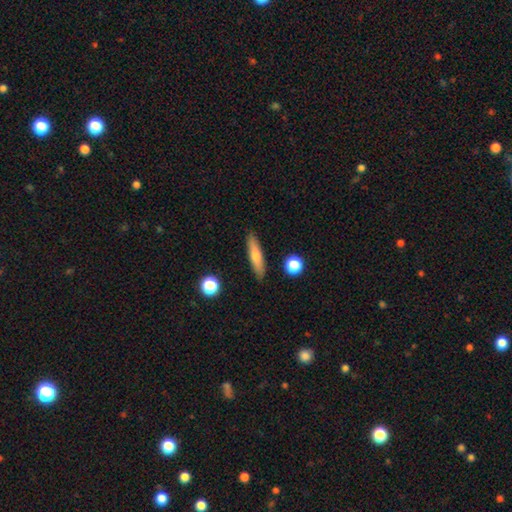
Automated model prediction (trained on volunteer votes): smooth-or-featured: smooth: 62% | featured or disk: 30% | star or artifact: 7%
  how-rounded: cigar-shaped: 82% | in between: 16% | round: 3%
  merging: none: 89% | minor disturbance: 7% | major disturbance: 2% | merger: 2%